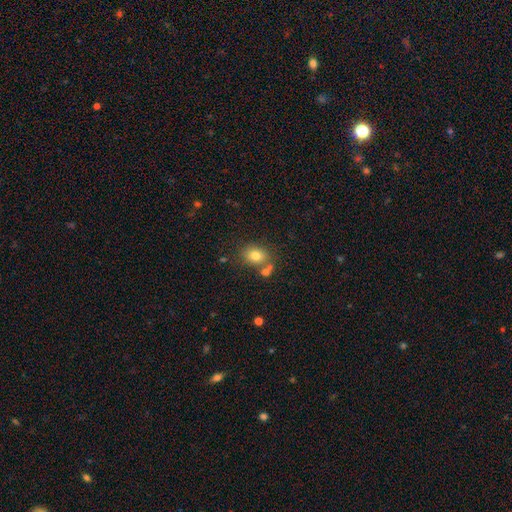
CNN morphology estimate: This is likely a smooth galaxy (78%). How rounded: likely in between (62%). Merging: likely none (64%).